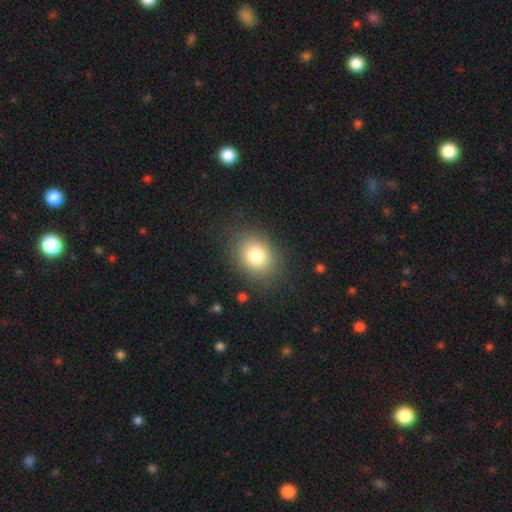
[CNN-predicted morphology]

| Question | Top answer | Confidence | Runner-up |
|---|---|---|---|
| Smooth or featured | smooth | 80% | star or artifact (11%) |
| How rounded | in between | 54% | round (45%) |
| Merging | none | 85% | minor disturbance (10%) |